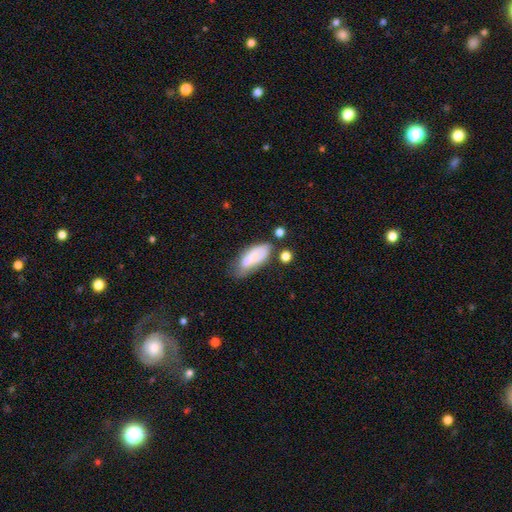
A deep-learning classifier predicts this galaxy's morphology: Smooth or featured? Predicted: smooth (p=0.63). How rounded? Predicted: in between (p=0.77). Merging? Predicted: none (p=0.42).